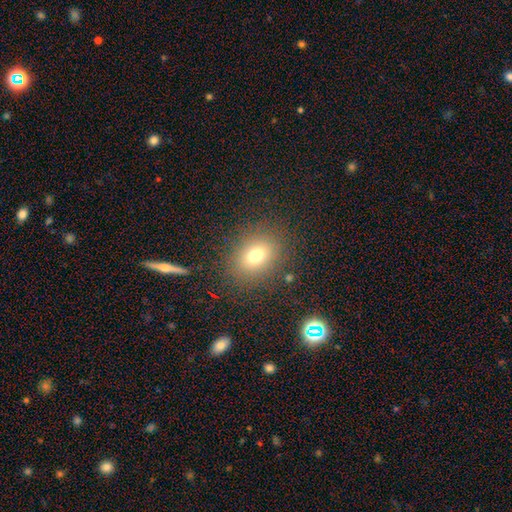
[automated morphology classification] Q: Smooth or featured?
A: smooth (73%); runner-up: star or artifact (15%)
Q: How rounded?
A: in between (53%); runner-up: round (45%)
Q: Merging?
A: none (84%); runner-up: minor disturbance (10%)